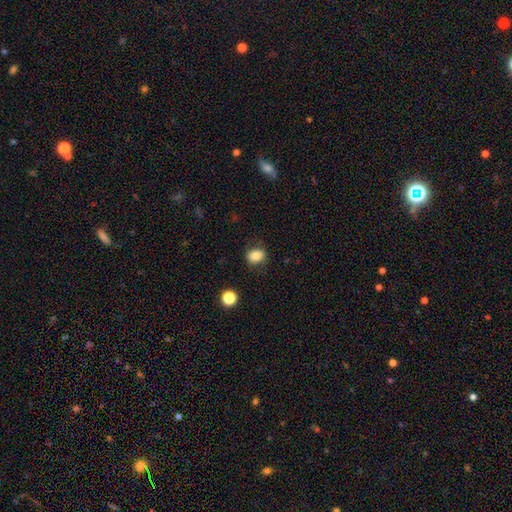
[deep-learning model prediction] Smooth or featured? Predicted: smooth (p=0.84). How rounded? Predicted: in between (p=0.55). Merging? Predicted: none (p=0.81).